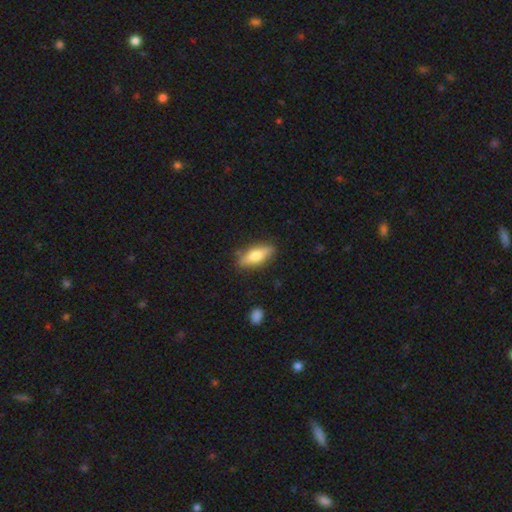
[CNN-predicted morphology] A smooth galaxy with no disk features (63%) that is in between round and cigar-shaped (60%).

Vote fractions:
- Smooth or featured? smooth: 63% / featured or disk: 31% / star or artifact: 6%
- How rounded? in between: 60% / cigar-shaped: 37% / round: 3%
- Merging? none: 83% / minor disturbance: 12% / major disturbance: 3% / merger: 2%